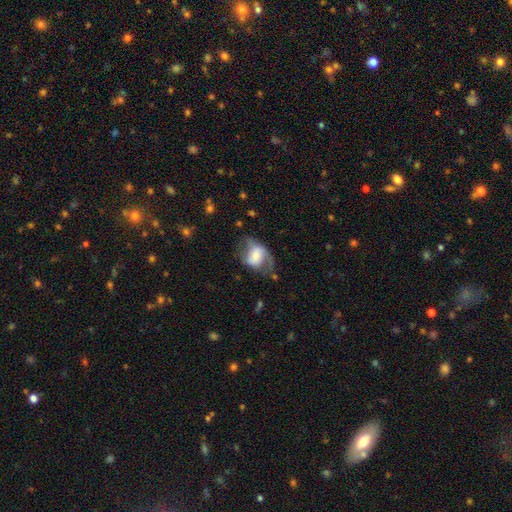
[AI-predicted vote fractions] smooth-or-featured: featured or disk: 53% | smooth: 40% | star or artifact: 7%
  disk-edge-on: no: 95% | yes: 5%
  merging: none: 42% | major disturbance: 28% | minor disturbance: 27% | merger: 3%